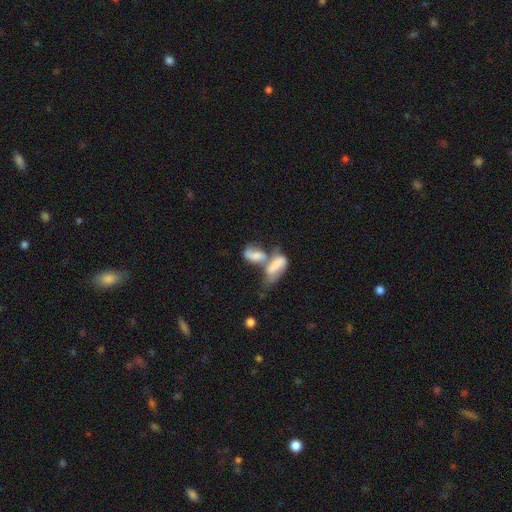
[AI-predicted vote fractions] Smooth or featured?
  - smooth: 55% *
  - featured or disk: 35%
  - star or artifact: 10%
How rounded?
  - in between: 83% *
  - cigar-shaped: 12%
  - round: 5%
Merging?
  - merger: 76% *
  - none: 9%
  - major disturbance: 9%
  - minor disturbance: 6%